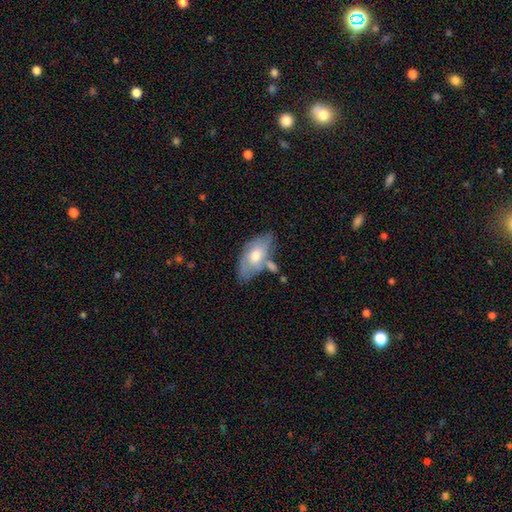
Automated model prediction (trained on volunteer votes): featured or disk 50%, smooth 43%, star or artifact 7%. Down the decision tree: edge-on disk — no (85%); merging — none (48%).